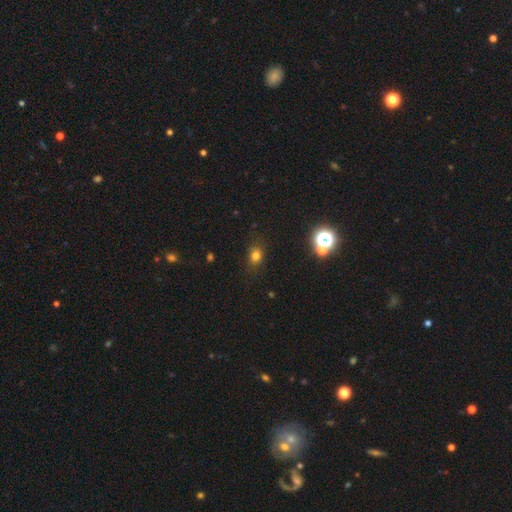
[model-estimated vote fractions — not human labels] This is likely a smooth galaxy (75%). How rounded: possibly round (55%). Merging: clearly none (81%).